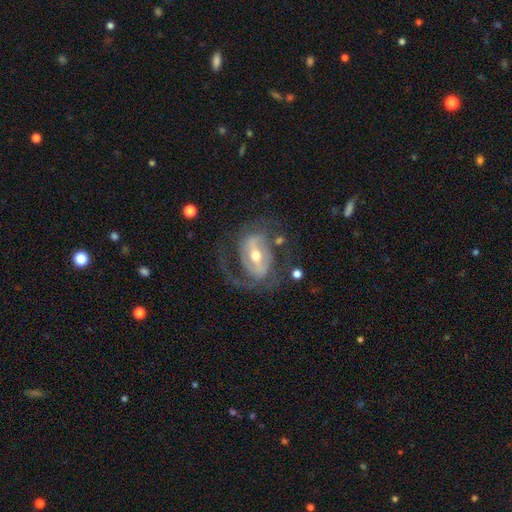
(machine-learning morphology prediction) featured or disk 85%, smooth 10%, star or artifact 6%. Down the decision tree: edge-on disk — no (96%); bar — strong (49%); spiral arms — yes (86%); spiral arm count — 2 (70%); spiral winding — medium (48%); bulge size — moderate (67%); merging — none (59%).